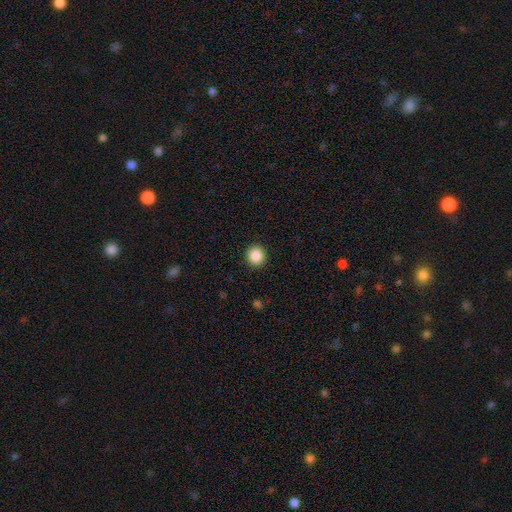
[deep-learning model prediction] Overall: smooth (87%). How rounded: round (92%). Merging: none (93%).